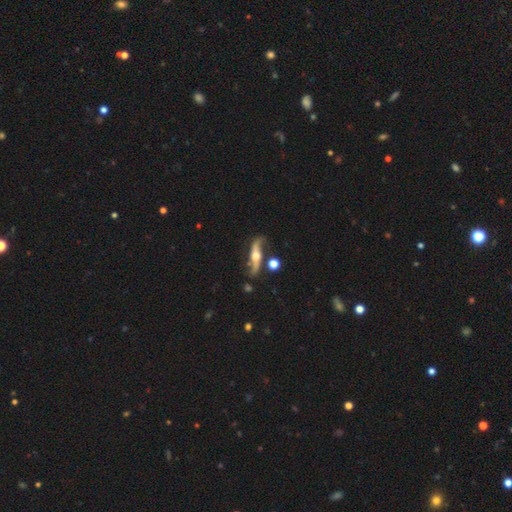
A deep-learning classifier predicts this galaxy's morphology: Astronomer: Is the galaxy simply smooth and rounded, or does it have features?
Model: featured or disk — 84%.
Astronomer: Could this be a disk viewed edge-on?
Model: no — 70%.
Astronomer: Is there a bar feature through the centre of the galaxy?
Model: no — 57%.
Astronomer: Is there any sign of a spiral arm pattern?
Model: yes — 94%.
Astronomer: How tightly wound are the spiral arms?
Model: loose — 83%.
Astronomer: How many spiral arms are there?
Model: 2 — 93%.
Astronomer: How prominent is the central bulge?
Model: moderate — 61%.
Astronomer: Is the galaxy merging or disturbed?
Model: none — 71%.